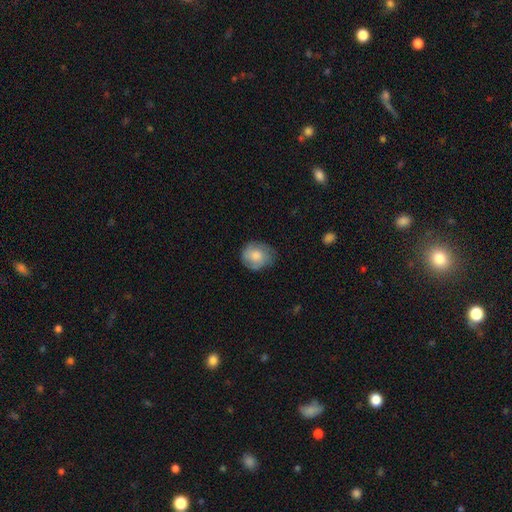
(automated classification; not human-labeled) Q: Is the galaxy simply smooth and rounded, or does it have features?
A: smooth — 72%.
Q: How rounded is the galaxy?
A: round — 74%.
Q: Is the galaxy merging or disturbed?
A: none — 68%.